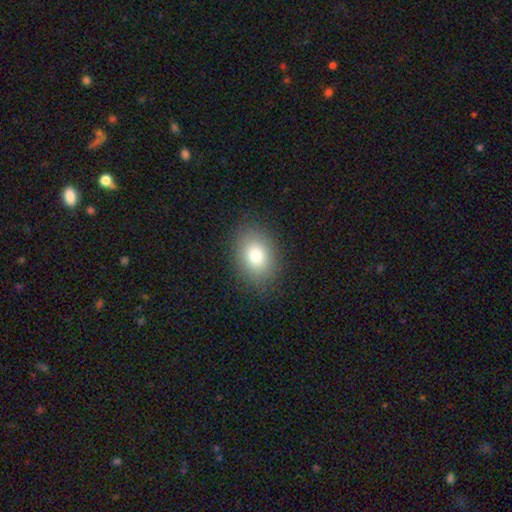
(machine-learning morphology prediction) This is likely a smooth galaxy (78%). How rounded: likely in between (70%). Merging: clearly none (86%).